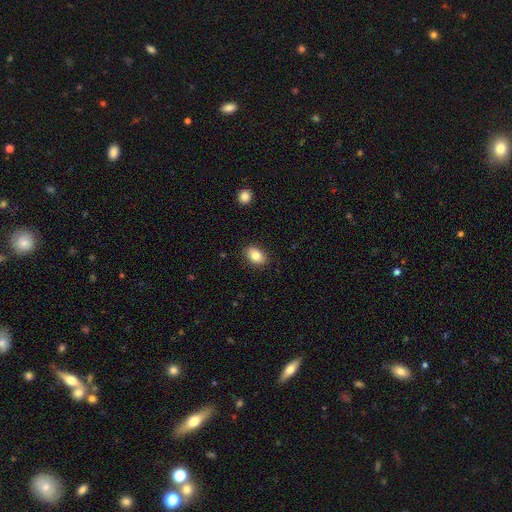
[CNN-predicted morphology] Smooth or featured: smooth — 83% (featured or disk — 9%)
How rounded: in between — 84% (round — 14%)
Merging: none — 87% (minor disturbance — 10%)